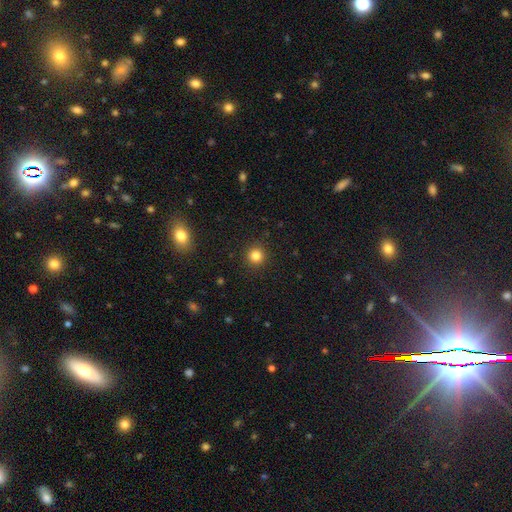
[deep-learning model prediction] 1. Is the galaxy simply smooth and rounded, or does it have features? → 83% smooth, 12% star or artifact, 5% featured or disk.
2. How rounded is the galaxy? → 94% round, 5% in between, 1% cigar-shaped.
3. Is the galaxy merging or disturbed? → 92% none, 5% minor disturbance, 2% major disturbance, 1% merger.